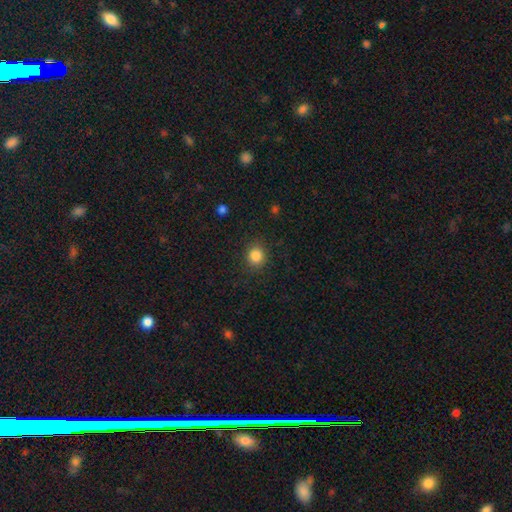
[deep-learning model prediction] Smooth or featured?
  - smooth: 85% *
  - star or artifact: 11%
  - featured or disk: 4%
How rounded?
  - round: 86% *
  - in between: 13%
  - cigar-shaped: 1%
Merging?
  - none: 88% *
  - minor disturbance: 8%
  - major disturbance: 3%
  - merger: 1%